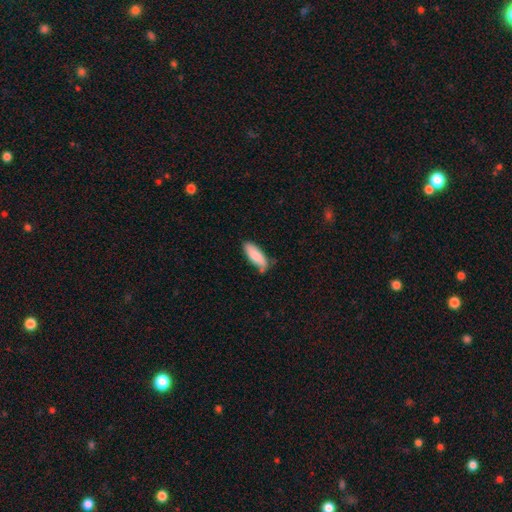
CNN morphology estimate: The model was most divided on "how rounded": in between: 63%, cigar-shaped: 35%, round: 2%. More confident: smooth or featured — smooth (81%); merging — none (62%).